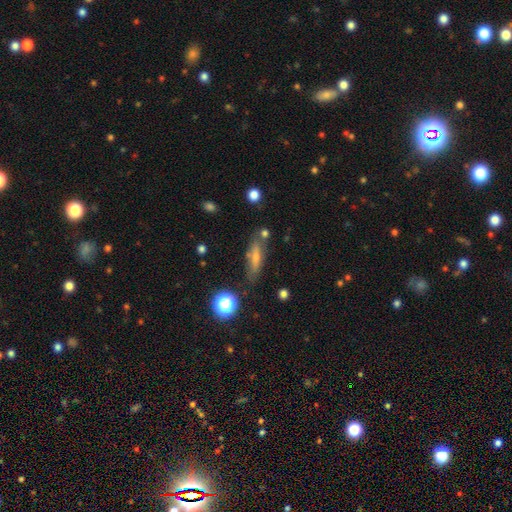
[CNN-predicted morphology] A smooth galaxy with no disk features (53%) that is cigar-shaped (65%). Merging: none (72%).